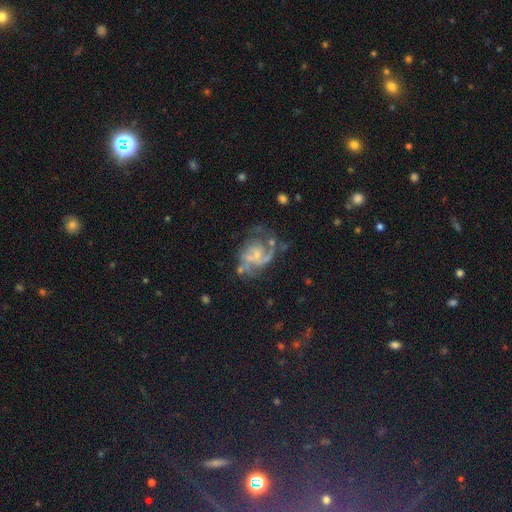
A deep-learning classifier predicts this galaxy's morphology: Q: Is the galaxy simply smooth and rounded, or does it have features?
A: featured or disk — 79%.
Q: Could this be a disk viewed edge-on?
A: no — 98%.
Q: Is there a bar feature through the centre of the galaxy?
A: no — 61%.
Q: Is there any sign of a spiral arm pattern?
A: yes — 84%.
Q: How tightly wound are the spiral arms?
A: medium — 46%.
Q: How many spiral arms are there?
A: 2 — 41%.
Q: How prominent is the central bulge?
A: small — 54%.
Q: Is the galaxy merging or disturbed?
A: none — 40%.